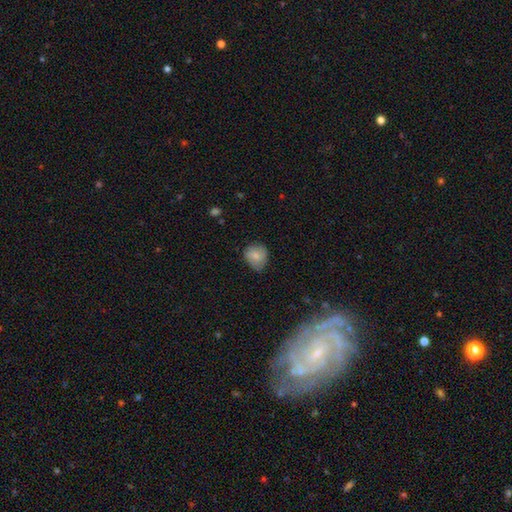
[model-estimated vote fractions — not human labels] Overall: smooth (78%). How rounded: round (69%; in between 30%). Merging: none (59%; minor disturbance 33%).